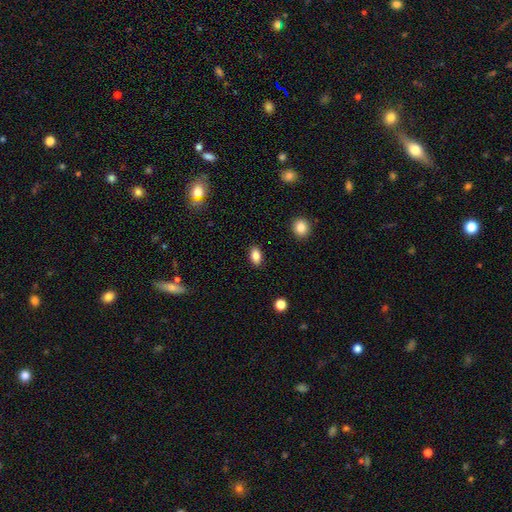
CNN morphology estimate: This appears to be a smooth galaxy with no disk features (85%) that is in between round and cigar-shaped (89%). Merging: none (88%).